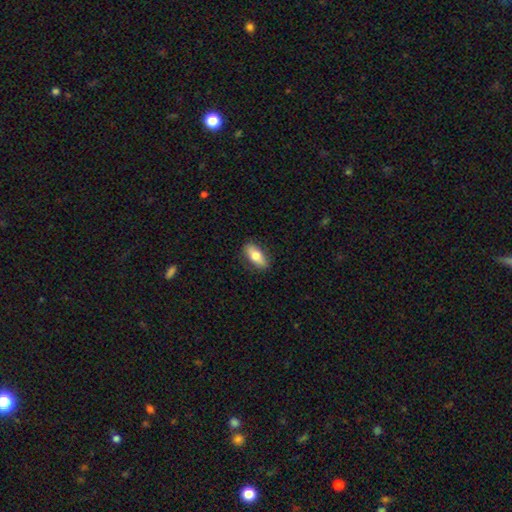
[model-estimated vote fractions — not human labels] smooth-or-featured: smooth: 76% | featured or disk: 17% | star or artifact: 6%
  how-rounded: in between: 84% | cigar-shaped: 13% | round: 4%
  merging: none: 86% | minor disturbance: 11% | major disturbance: 2% | merger: 1%